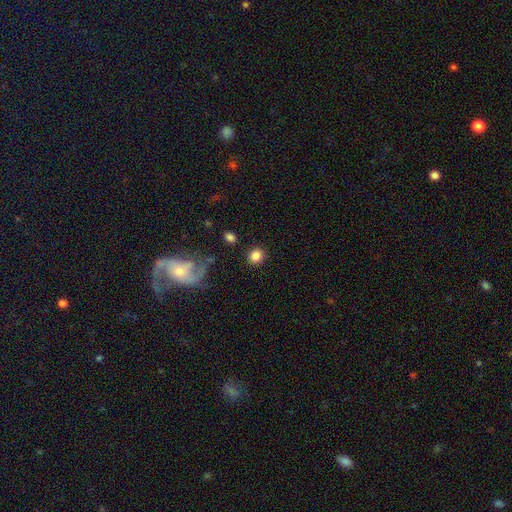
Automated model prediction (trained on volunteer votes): Smooth or featured: smooth — 83% (star or artifact — 10%)
How rounded: round — 71% (in between — 28%)
Merging: none — 85% (minor disturbance — 8%)